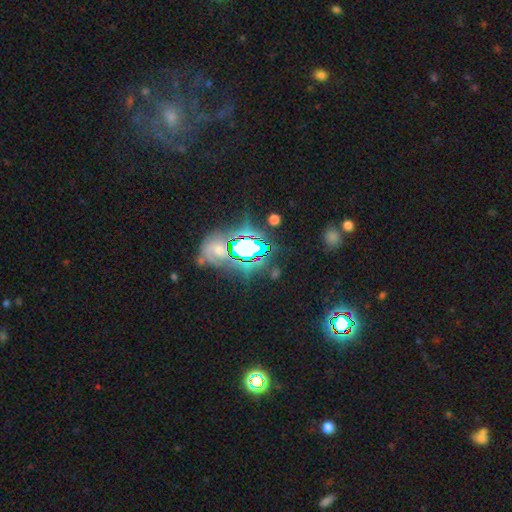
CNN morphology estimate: Smooth or featured? Predicted: star or artifact (p=0.74).